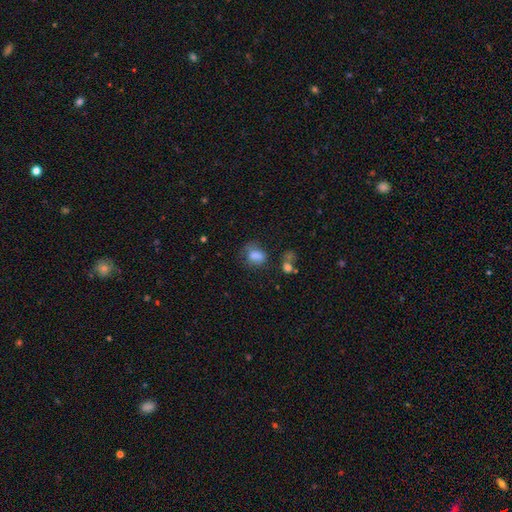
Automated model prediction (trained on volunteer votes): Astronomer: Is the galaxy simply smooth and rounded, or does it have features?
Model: smooth — 75%.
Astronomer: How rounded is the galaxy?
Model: in between — 63%.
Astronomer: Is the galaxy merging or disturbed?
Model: none — 44% (runner-up: minor disturbance, 27%).